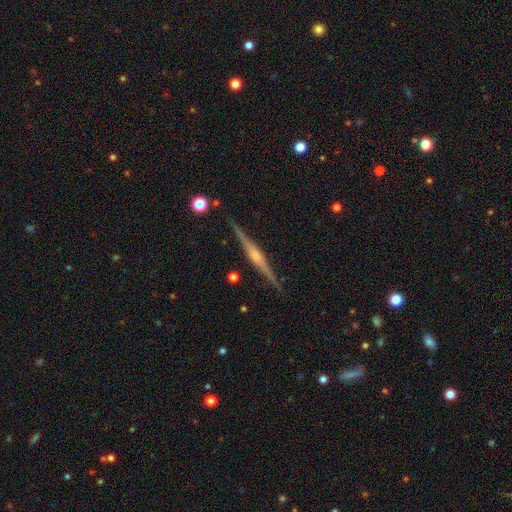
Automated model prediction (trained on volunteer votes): smooth_or_featured: featured or disk (p=0.83) [alt: smooth p=0.11]
disk_edge_on: yes (p=0.98) [alt: no p=0.02]
edge_on_bulge: rounded (p=0.74) [alt: boxy p=0.18]
merging: none (p=0.90) [alt: minor disturbance p=0.07]